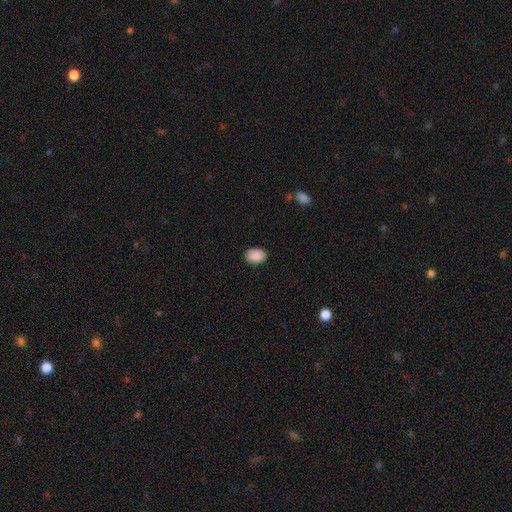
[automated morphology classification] Smooth or featured: smooth — 90% (star or artifact — 7%)
How rounded: in between — 81% (round — 18%)
Merging: none — 86% (minor disturbance — 11%)